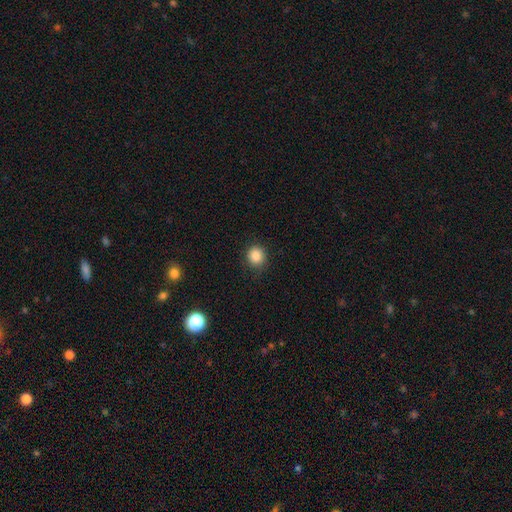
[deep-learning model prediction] Smooth or featured? Predicted: smooth (p=0.86). How rounded? Predicted: round (p=0.86). Merging? Predicted: none (p=0.87).